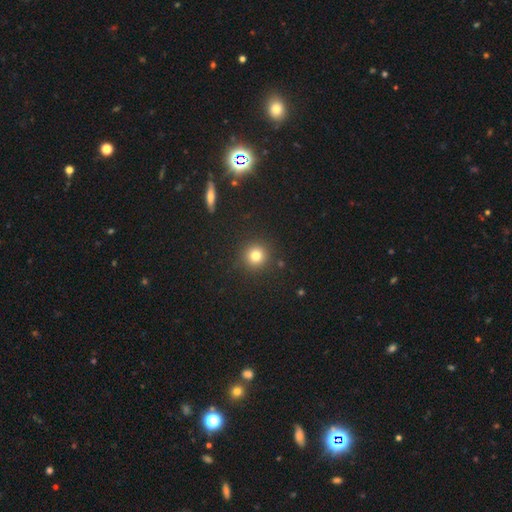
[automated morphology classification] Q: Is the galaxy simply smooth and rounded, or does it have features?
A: smooth — 79%.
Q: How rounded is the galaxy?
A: round — 94%.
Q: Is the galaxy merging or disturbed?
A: none — 91%.